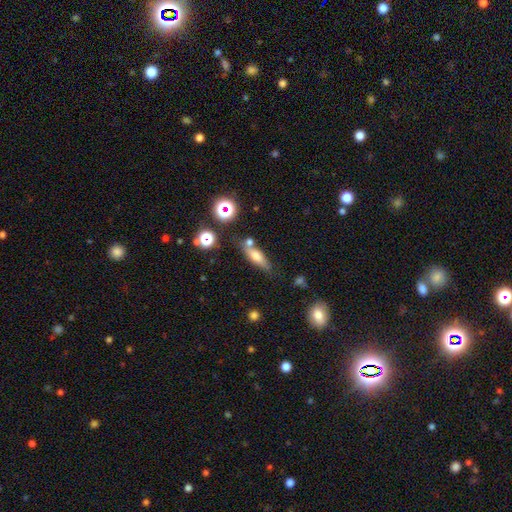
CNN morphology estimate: Smooth or featured? smooth (61%)
How rounded? cigar-shaped (48%)
Merging? none (62%)